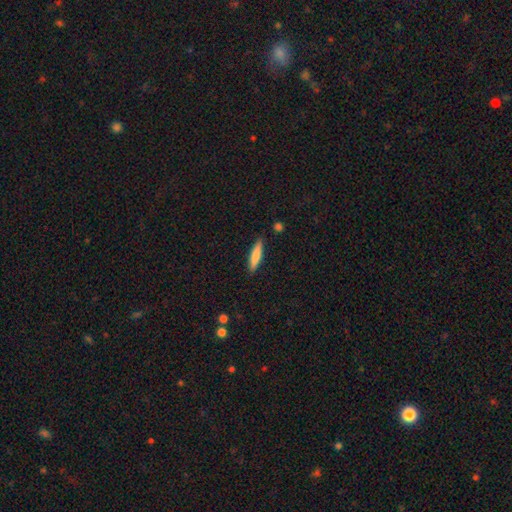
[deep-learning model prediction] Smooth or featured: smooth — 75% (featured or disk — 19%)
How rounded: cigar-shaped — 83% (in between — 16%)
Merging: none — 87% (minor disturbance — 9%)